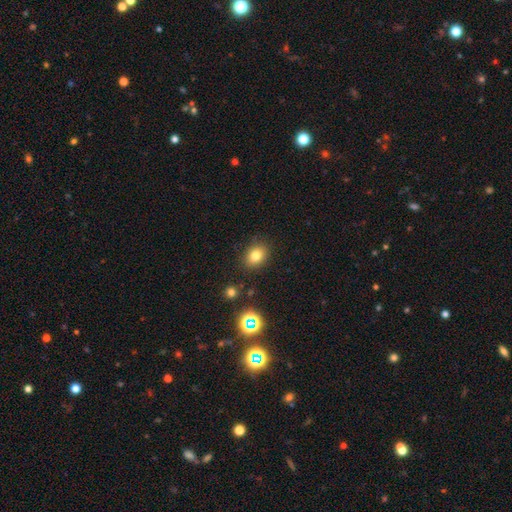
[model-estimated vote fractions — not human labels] Overall: smooth (78%). How rounded: in between (55%; round 44%). Merging: none (85%).